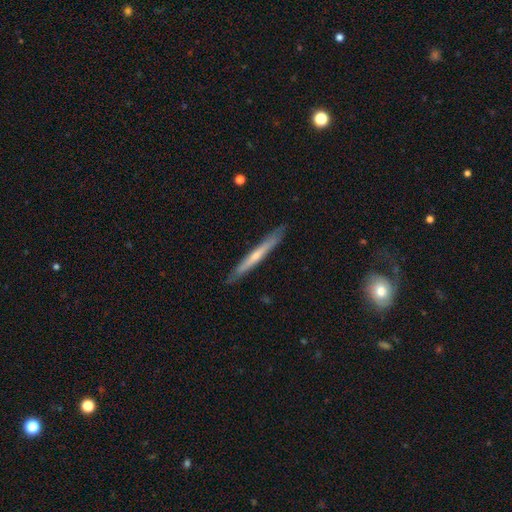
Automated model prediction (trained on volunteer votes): A featured or disk galaxy (55%) viewed edge-on (95%) with no central bulge (49%). Merging: none (88%).